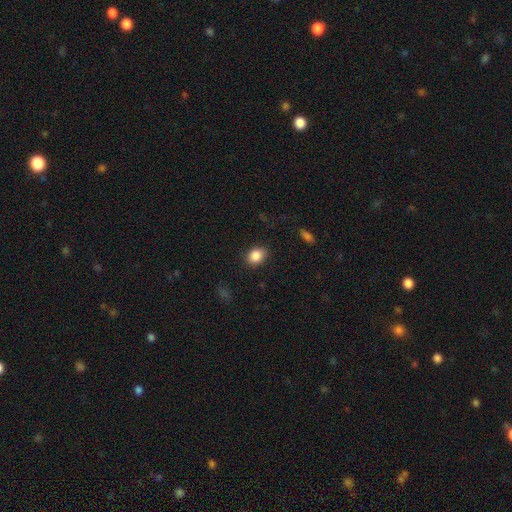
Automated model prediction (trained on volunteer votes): Smooth or featured? smooth (87%)
How rounded? in between (54%)
Merging? none (84%)